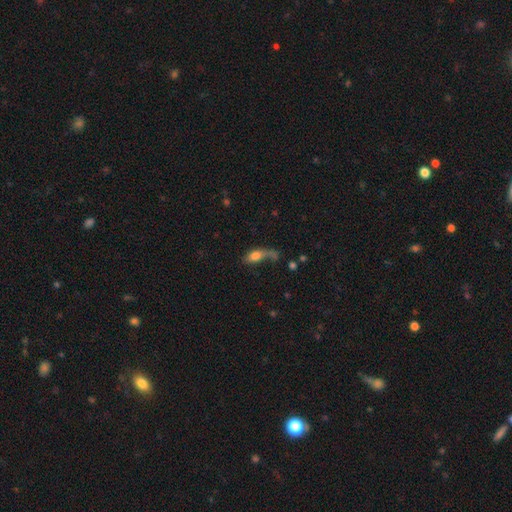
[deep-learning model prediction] smooth_or_featured: smooth (p=0.69) [alt: featured or disk p=0.21]
how_rounded: in between (p=0.73) [alt: cigar-shaped p=0.18]
merging: major disturbance (p=0.35) [alt: none p=0.28]